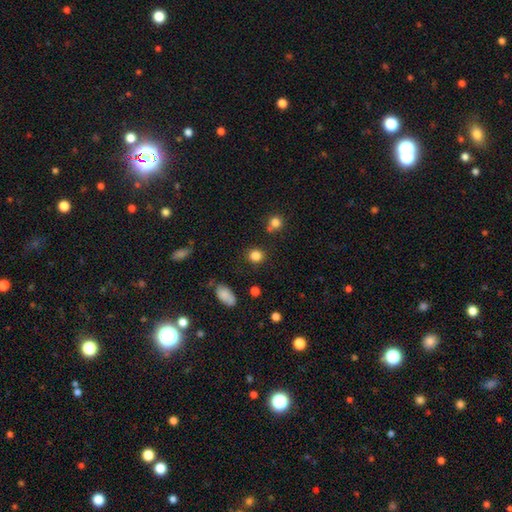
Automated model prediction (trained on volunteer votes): Smooth or featured? smooth (83%)
How rounded? round (83%)
Merging? none (82%)